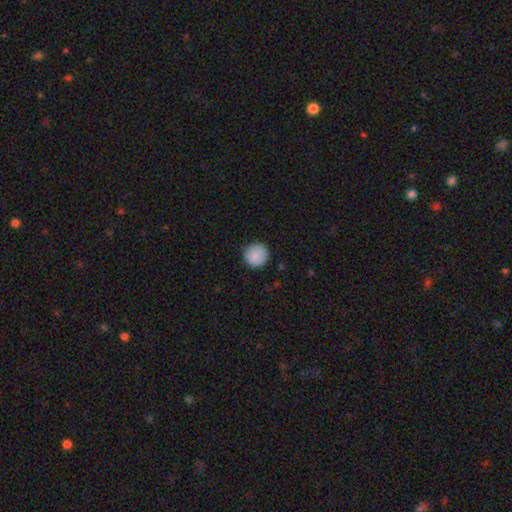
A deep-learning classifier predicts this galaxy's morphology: smooth_or_featured: smooth (p=0.89) [alt: star or artifact p=0.08]
how_rounded: round (p=0.95) [alt: in between p=0.04]
merging: none (p=0.90) [alt: minor disturbance p=0.07]